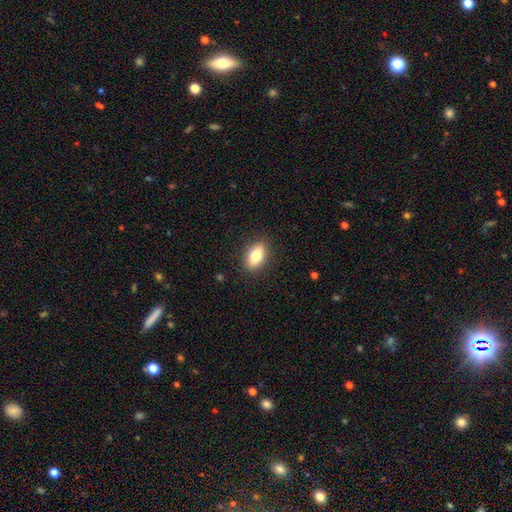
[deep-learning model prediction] Morphology: type=smooth (74%); roundness=in between (84%); merging=none (88%).